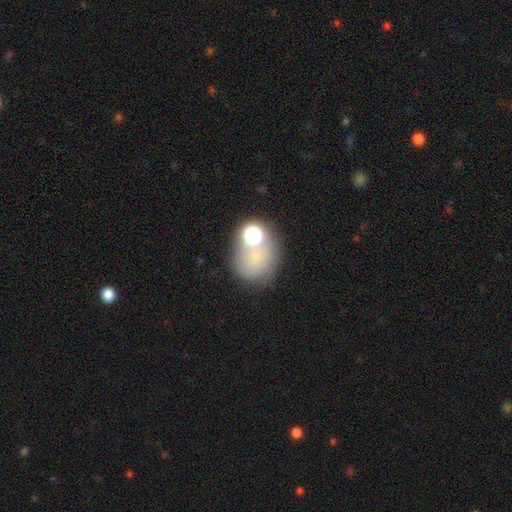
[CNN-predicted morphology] A smooth galaxy with no disk features (58%) that is round (66%).

Vote fractions:
- Smooth or featured? smooth: 58% / featured or disk: 22% / star or artifact: 20%
- How rounded? round: 66% / in between: 33% / cigar-shaped: 1%
- Merging? none: 46% / merger: 23% / minor disturbance: 18% / major disturbance: 13%